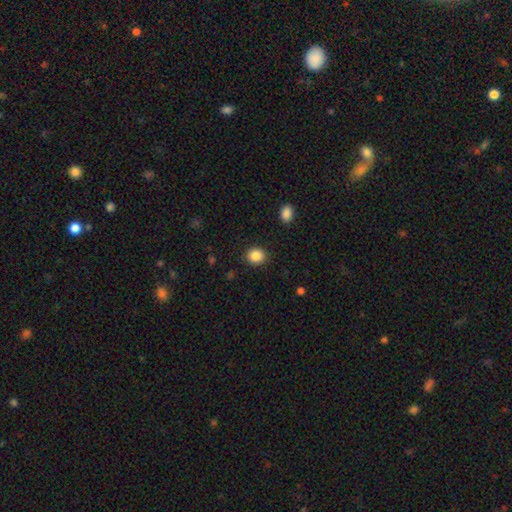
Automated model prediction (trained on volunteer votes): Q: Smooth or featured?
A: smooth (88%); runner-up: star or artifact (9%)
Q: How rounded?
A: round (77%); runner-up: in between (22%)
Q: Merging?
A: none (89%); runner-up: minor disturbance (7%)